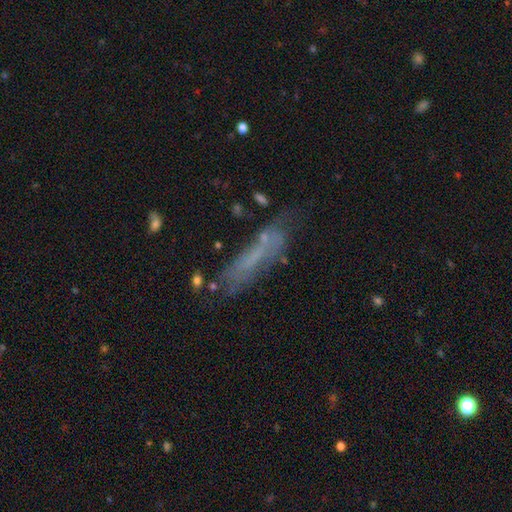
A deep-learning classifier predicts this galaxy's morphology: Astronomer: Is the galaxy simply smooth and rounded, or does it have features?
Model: featured or disk — 43% (runner-up: smooth, 42%).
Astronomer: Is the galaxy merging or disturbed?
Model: none — 60%.